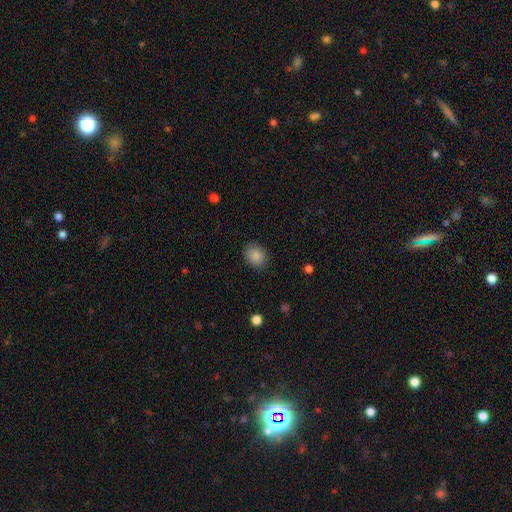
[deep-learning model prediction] smooth-or-featured: smooth: 87% | star or artifact: 9% | featured or disk: 5%
  how-rounded: round: 54% | in between: 45% | cigar-shaped: 1%
  merging: none: 87% | minor disturbance: 9% | major disturbance: 3% | merger: 1%